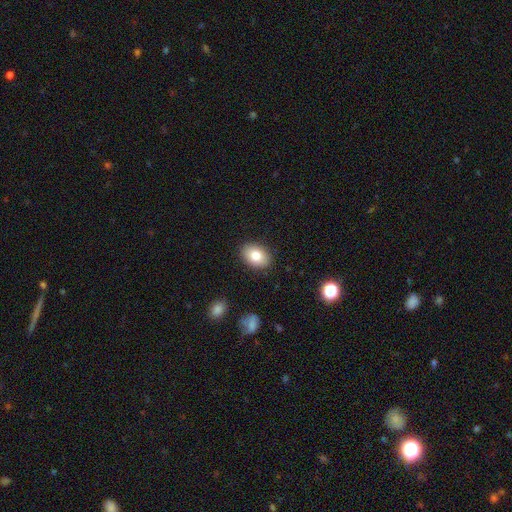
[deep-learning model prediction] A smooth galaxy with no disk features (81%) that is in between round and cigar-shaped (81%).

Vote fractions:
- Smooth or featured? smooth: 81% / featured or disk: 11% / star or artifact: 8%
- How rounded? in between: 81% / round: 18% / cigar-shaped: 1%
- Merging? none: 87% / minor disturbance: 9% / major disturbance: 2% / merger: 1%